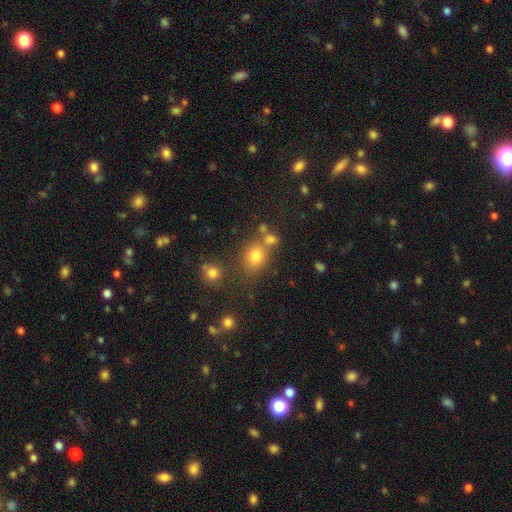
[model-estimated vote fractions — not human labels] Q: Smooth or featured?
A: smooth (74%); runner-up: star or artifact (17%)
Q: How rounded?
A: round (62%); runner-up: in between (37%)
Q: Merging?
A: none (62%); runner-up: merger (20%)